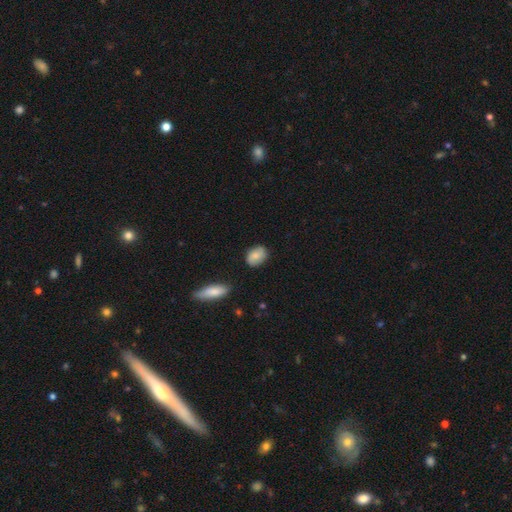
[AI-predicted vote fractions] Smooth or featured: smooth — 80% (featured or disk — 13%)
How rounded: in between — 76% (round — 23%)
Merging: none — 81% (minor disturbance — 15%)